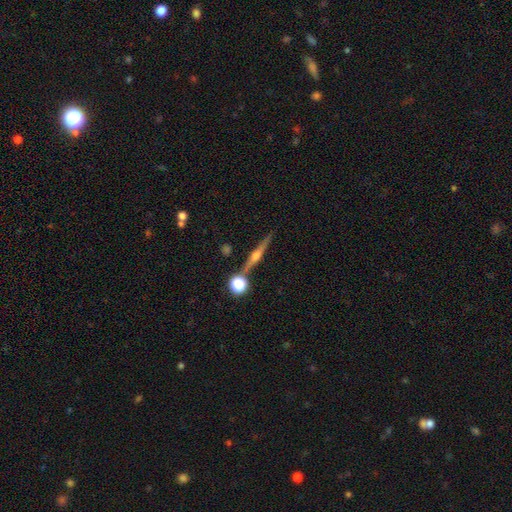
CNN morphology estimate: smooth-or-featured: featured or disk: 76% | smooth: 16% | star or artifact: 8%
  disk-edge-on: yes: 97% | no: 3%
    edge-on-bulge: rounded: 91% | boxy: 5% | none: 4%
  merging: none: 83% | minor disturbance: 8% | merger: 7% | major disturbance: 2%